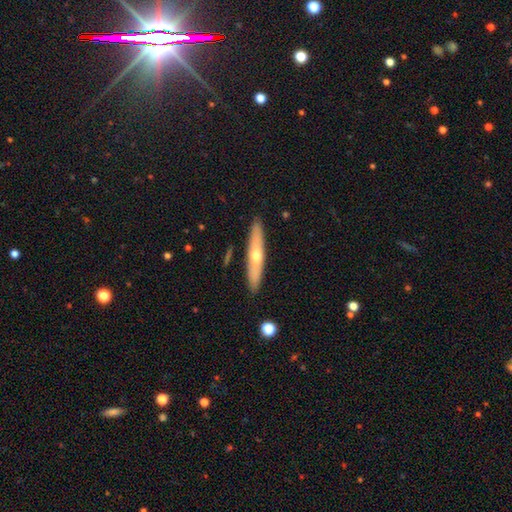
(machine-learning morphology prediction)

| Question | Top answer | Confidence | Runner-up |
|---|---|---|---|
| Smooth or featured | featured or disk | 52% | smooth (42%) |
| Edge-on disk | yes | 84% | no (16%) |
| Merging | none | 89% | minor disturbance (8%) |